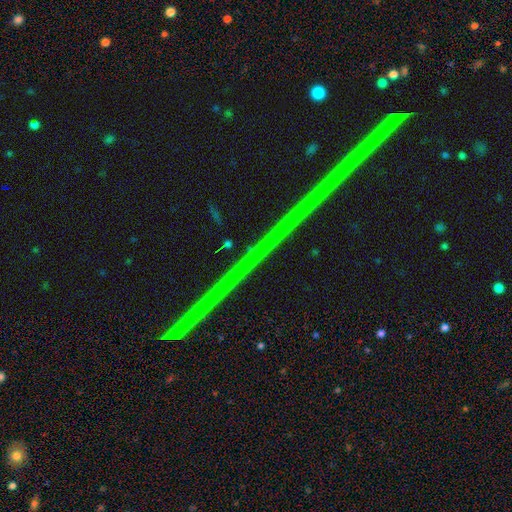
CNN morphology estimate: Overall: star or artifact (83%).